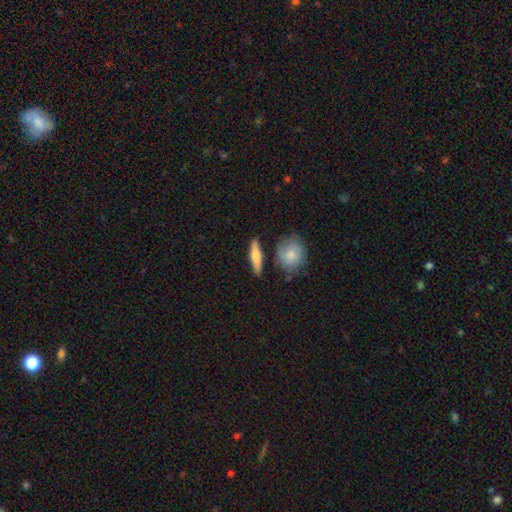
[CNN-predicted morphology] This appears to be a smooth galaxy with no disk features (59%) that is cigar-shaped (67%). Merging: none (81%).